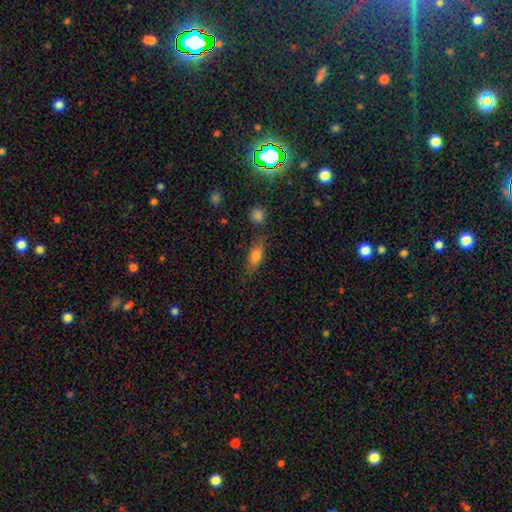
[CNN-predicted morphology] Smooth or featured? Predicted: smooth (p=0.76). How rounded? Predicted: in between (p=0.73). Merging? Predicted: none (p=0.73).